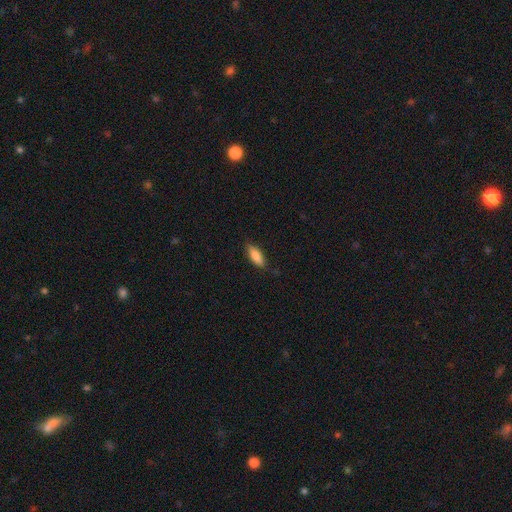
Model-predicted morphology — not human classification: Overall: smooth (84%). How rounded: in between (72%). Merging: none (81%).